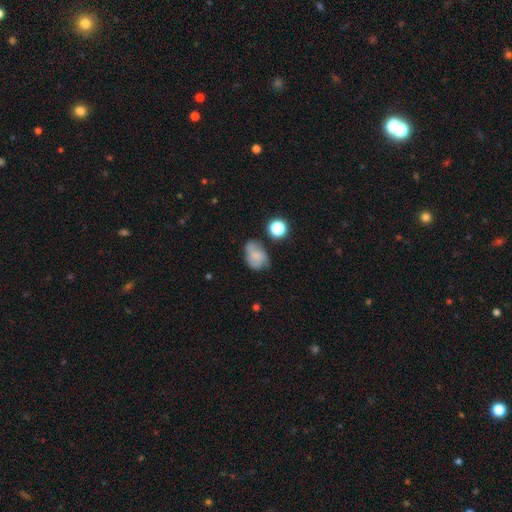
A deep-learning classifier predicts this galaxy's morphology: Smooth or featured: smooth — 55% (featured or disk — 33%)
How rounded: in between — 72% (round — 26%)
Merging: none — 50% (minor disturbance — 31%)